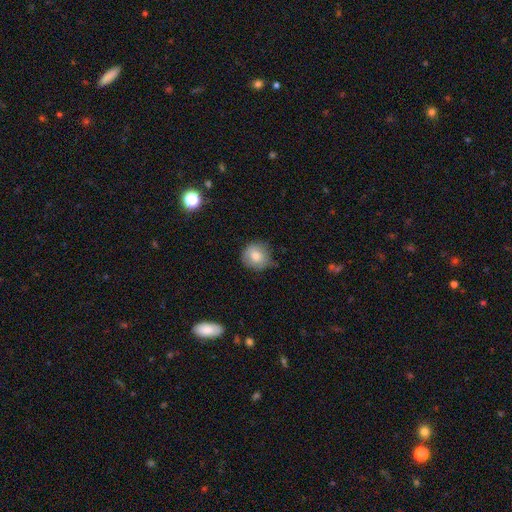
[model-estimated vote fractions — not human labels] A smooth galaxy with no disk features (79%) that is round (91%).

Vote fractions:
- Smooth or featured? smooth: 79% / featured or disk: 12% / star or artifact: 9%
- How rounded? round: 91% / in between: 8% / cigar-shaped: 1%
- Merging? none: 68% / minor disturbance: 26% / major disturbance: 4% / merger: 2%